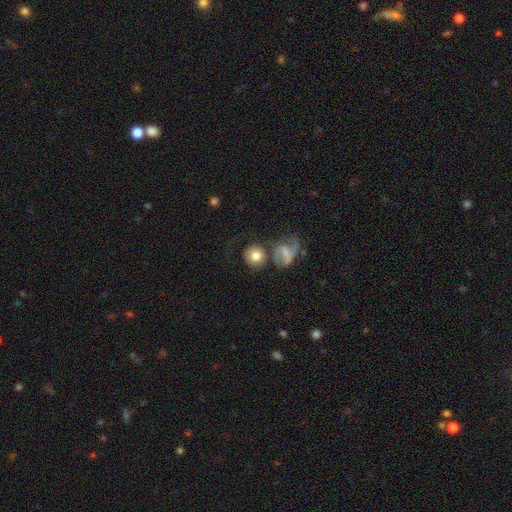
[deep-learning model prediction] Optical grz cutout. It shows a smooth galaxy with no disk features (73%) that is round (87%). Merging: none (51%).